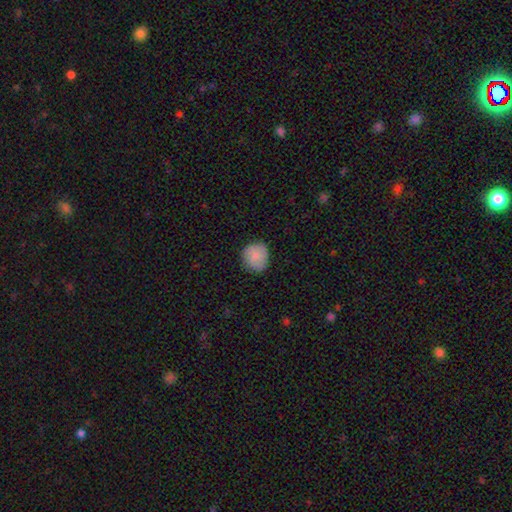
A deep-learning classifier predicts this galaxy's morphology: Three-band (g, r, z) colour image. It shows a smooth galaxy with no disk features (82%) that is round (85%). Merging: none (78%).